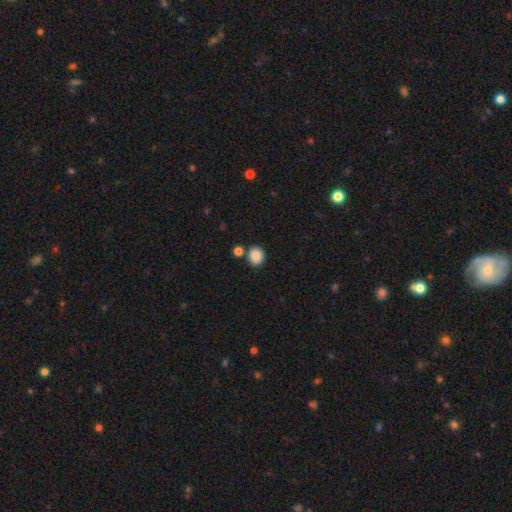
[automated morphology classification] Overall: smooth (88%). How rounded: round (75%). Merging: none (76%).